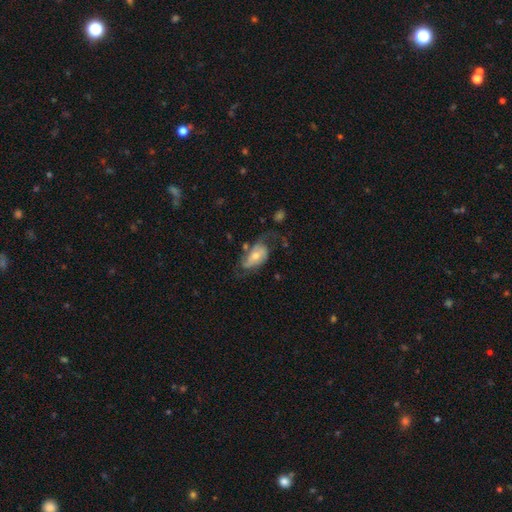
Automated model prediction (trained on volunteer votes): smooth_or_featured: featured or disk (p=0.60) [alt: smooth p=0.33]
disk_edge_on: no (p=0.94) [alt: yes p=0.06]
bar: no (p=0.58) [alt: weak p=0.30]
has_spiral_arms: yes (p=0.80) [alt: no p=0.20]
bulge_size: moderate (p=0.54) [alt: small p=0.36]
merging: none (p=0.38) [alt: major disturbance p=0.31]